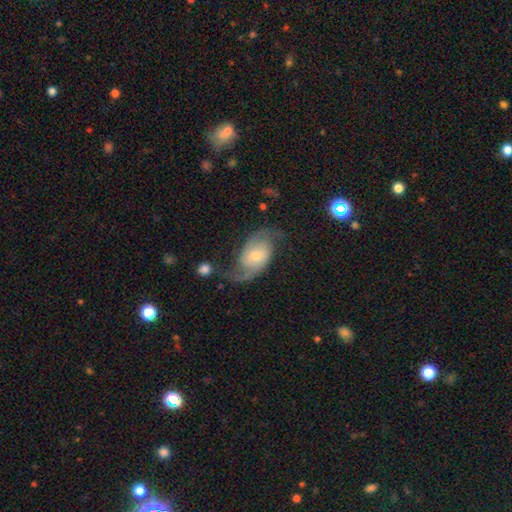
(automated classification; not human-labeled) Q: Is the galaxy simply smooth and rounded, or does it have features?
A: featured or disk — 84%.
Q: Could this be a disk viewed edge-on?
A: no — 97%.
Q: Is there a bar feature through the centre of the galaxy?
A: no — 58%.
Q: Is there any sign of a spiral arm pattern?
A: yes — 96%.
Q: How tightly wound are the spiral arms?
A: loose — 45%.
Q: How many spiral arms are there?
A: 2 — 91%.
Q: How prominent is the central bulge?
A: moderate — 46%.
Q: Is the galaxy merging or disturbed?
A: none — 65%.